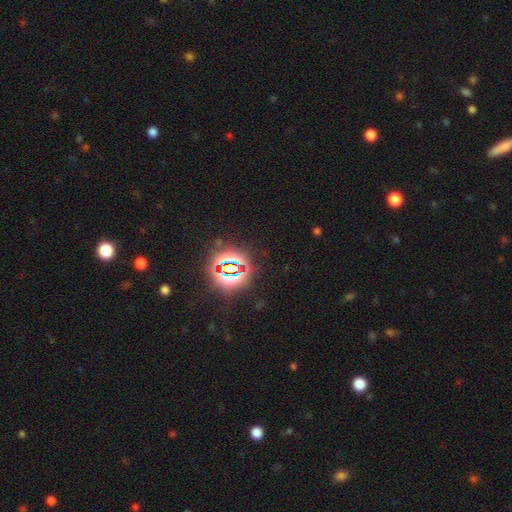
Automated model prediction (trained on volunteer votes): smooth-or-featured: star or artifact: 84% | smooth: 10% | featured or disk: 6%